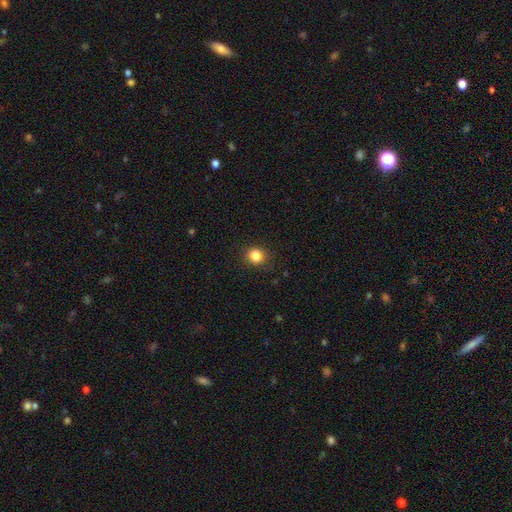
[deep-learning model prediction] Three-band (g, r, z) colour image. It shows a smooth galaxy with no disk features (84%) that is round (84%). Merging: none (89%).